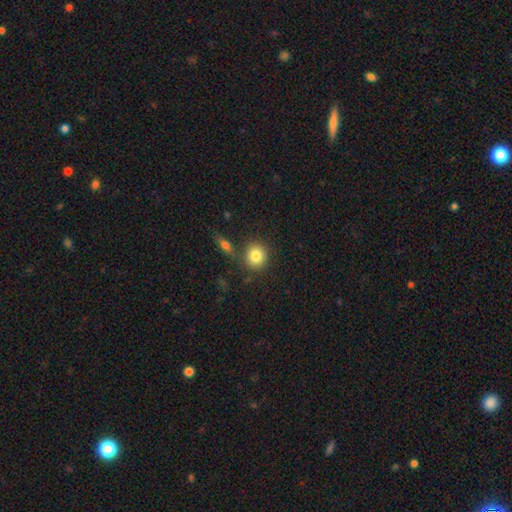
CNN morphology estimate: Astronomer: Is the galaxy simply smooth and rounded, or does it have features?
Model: smooth — 84%.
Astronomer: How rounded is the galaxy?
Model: round — 86%.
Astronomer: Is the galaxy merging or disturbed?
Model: none — 78%.